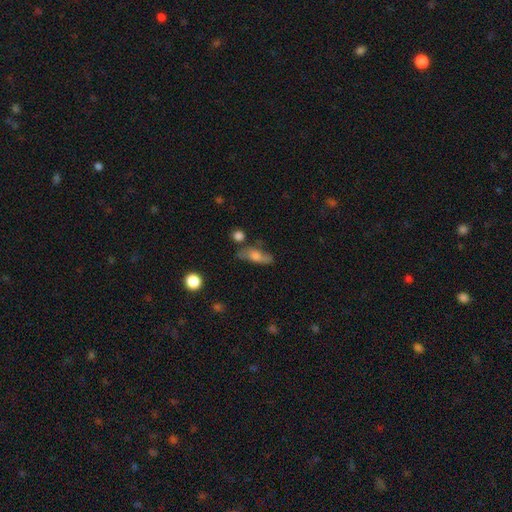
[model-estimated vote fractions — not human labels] The model was most divided on "smooth or featured": smooth: 53%, featured or disk: 37%, star or artifact: 10%. More confident: merging — none (58%); how rounded — in between (55%).